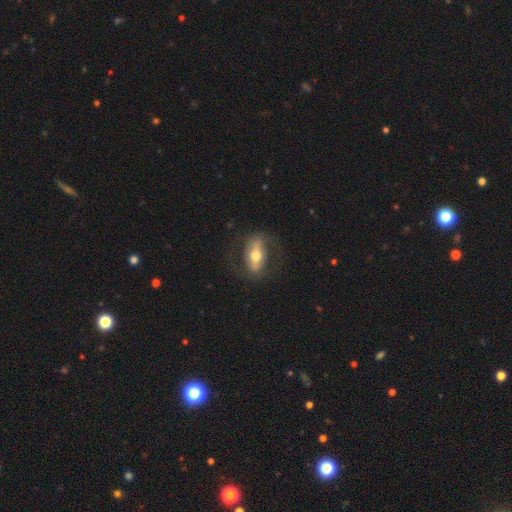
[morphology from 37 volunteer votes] A featured or disk galaxy (51%) with a strong bar (67%), no spiral arms (73%) and a moderate central bulge (73%).

Vote fractions:
- Smooth or featured? featured or disk: 51% / smooth: 41% / star or artifact: 8%
- Edge-on disk? no: 79% / yes: 21%
- Bar? strong: 67% / no: 20% / weak: 13%
- Spiral arms? no: 73% / yes: 27%
- Bulge size? moderate: 73% / large: 13% / small: 7% / none: 7% / dominant: 0%
- Merging? none: 82% / minor disturbance: 12% / major disturbance: 6% / merger: 0%